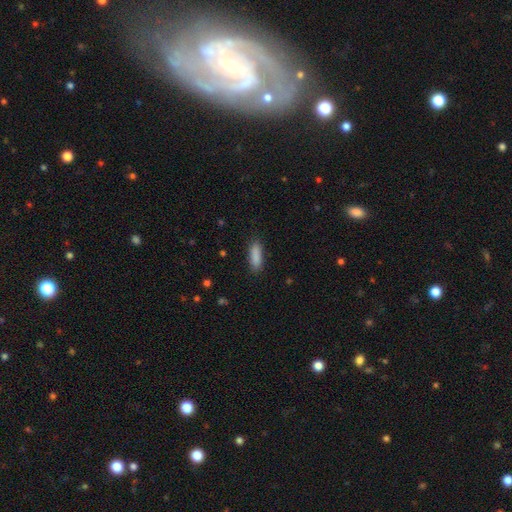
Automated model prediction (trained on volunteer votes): Smooth or featured? Predicted: smooth (p=0.88). How rounded? Predicted: in between (p=0.55). Merging? Predicted: none (p=0.86).